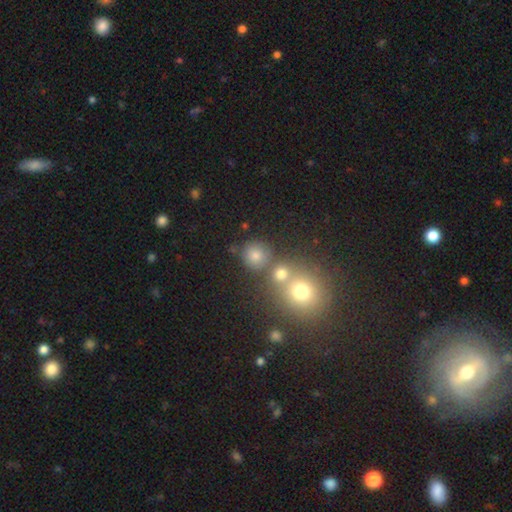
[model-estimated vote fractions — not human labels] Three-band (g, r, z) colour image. It shows a smooth galaxy with no disk features (71%) that is round (89%). Merging: none (71%).